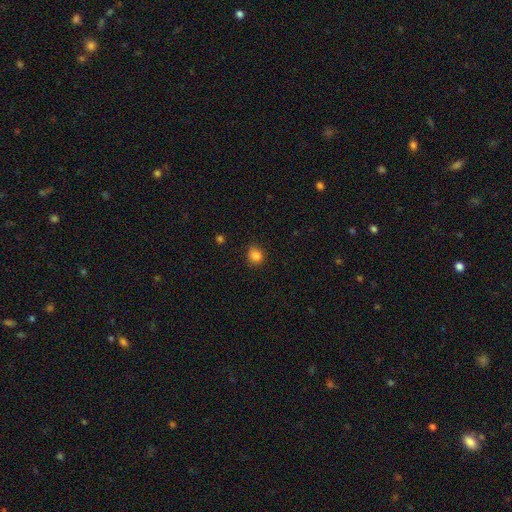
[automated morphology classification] smooth_or_featured: smooth (p=0.84) [alt: star or artifact p=0.12]
how_rounded: round (p=0.79) [alt: in between p=0.20]
merging: none (p=0.81) [alt: minor disturbance p=0.15]